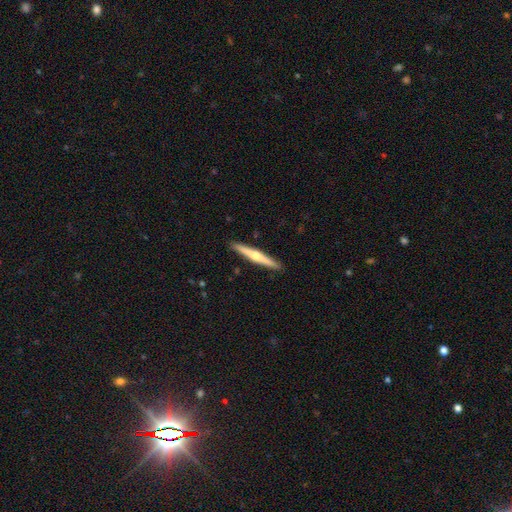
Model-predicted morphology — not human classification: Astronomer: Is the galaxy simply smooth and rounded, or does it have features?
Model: featured or disk — 63%.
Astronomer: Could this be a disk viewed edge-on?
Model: yes — 98%.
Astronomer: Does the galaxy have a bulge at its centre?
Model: rounded — 88%.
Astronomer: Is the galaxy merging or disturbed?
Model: none — 92%.